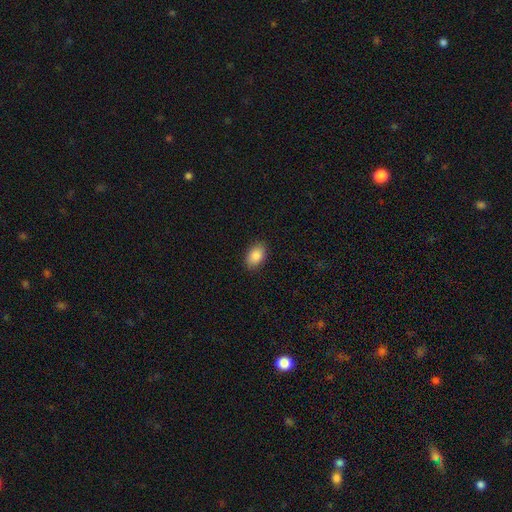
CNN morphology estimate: A smooth galaxy with no disk features (88%) that is in between round and cigar-shaped (89%).

Vote fractions:
- Smooth or featured? smooth: 88% / star or artifact: 7% / featured or disk: 5%
- How rounded? in between: 89% / round: 9% / cigar-shaped: 1%
- Merging? none: 88% / minor disturbance: 9% / major disturbance: 2% / merger: 1%